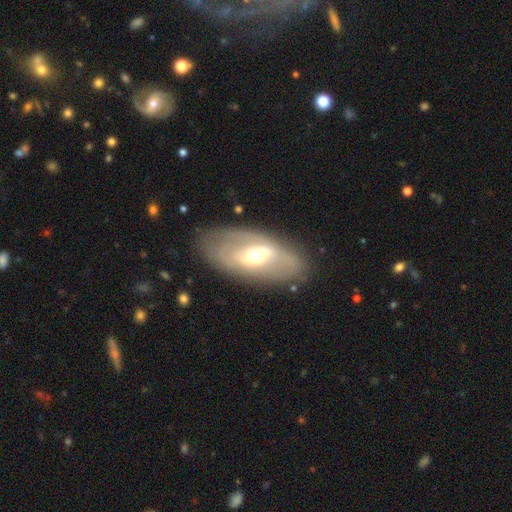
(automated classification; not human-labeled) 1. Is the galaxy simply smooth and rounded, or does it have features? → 68% featured or disk, 25% smooth, 6% star or artifact.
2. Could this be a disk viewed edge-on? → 87% no, 13% yes.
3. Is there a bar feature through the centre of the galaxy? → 41% strong, 40% weak, 19% no.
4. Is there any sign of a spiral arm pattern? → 52% no, 48% yes.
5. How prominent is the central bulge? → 66% moderate, 22% small, 10% large, 1% dominant, 1% none.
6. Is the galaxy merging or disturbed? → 79% none, 13% minor disturbance, 6% major disturbance, 2% merger.